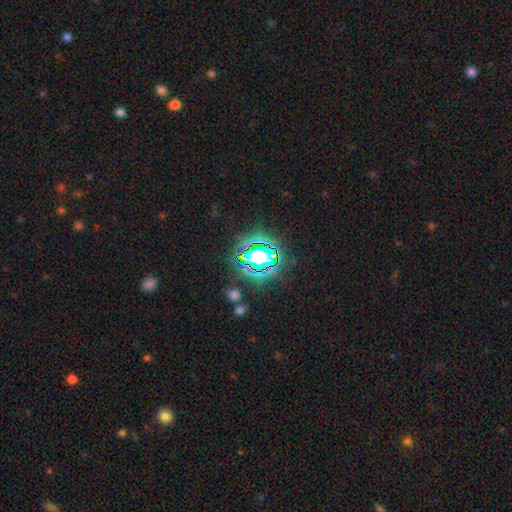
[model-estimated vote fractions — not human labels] The model was most divided on "smooth or featured": star or artifact: 75%, smooth: 15%, featured or disk: 10%.